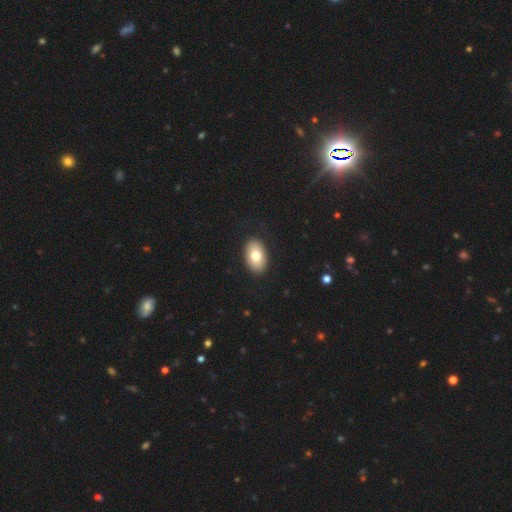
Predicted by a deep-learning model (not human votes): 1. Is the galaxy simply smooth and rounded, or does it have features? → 76% smooth, 17% featured or disk, 7% star or artifact.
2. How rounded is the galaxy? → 91% in between, 8% round, 1% cigar-shaped.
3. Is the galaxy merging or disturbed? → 89% none, 8% minor disturbance, 2% major disturbance, 1% merger.